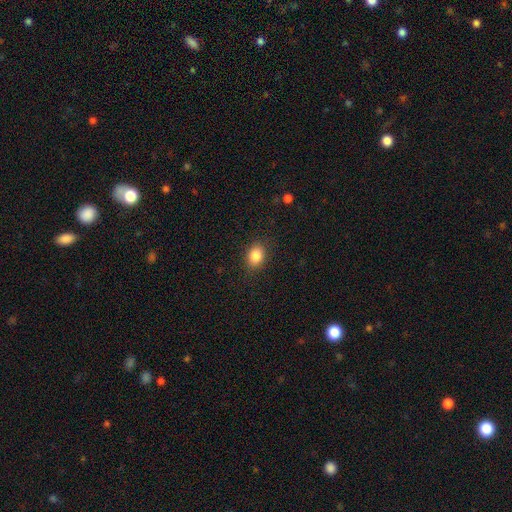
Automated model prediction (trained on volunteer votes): smooth-or-featured: smooth: 85% | star or artifact: 9% | featured or disk: 5%
  how-rounded: in between: 61% | round: 38% | cigar-shaped: 1%
  merging: none: 87% | minor disturbance: 9% | major disturbance: 3% | merger: 1%